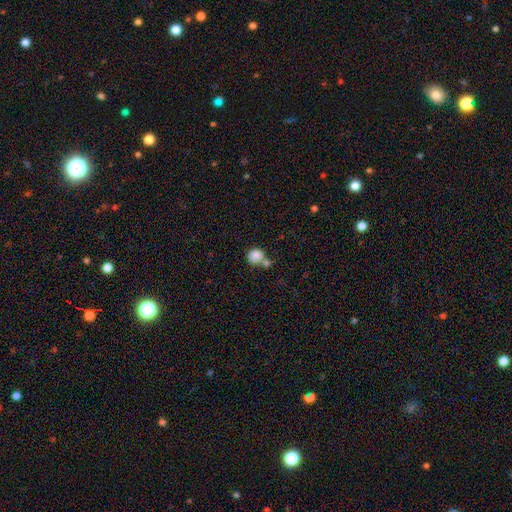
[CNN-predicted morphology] Smooth or featured: smooth — 84% (star or artifact — 9%)
How rounded: round — 82% (in between — 18%)
Merging: none — 48% (merger — 35%)